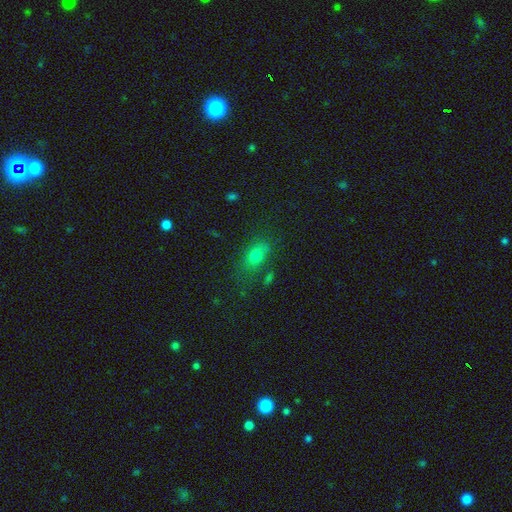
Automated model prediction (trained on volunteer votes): Smooth or featured?
  - smooth: 73% *
  - star or artifact: 15%
  - featured or disk: 13%
How rounded?
  - in between: 70% *
  - round: 25%
  - cigar-shaped: 5%
Merging?
  - none: 66% *
  - minor disturbance: 20%
  - major disturbance: 8%
  - merger: 5%